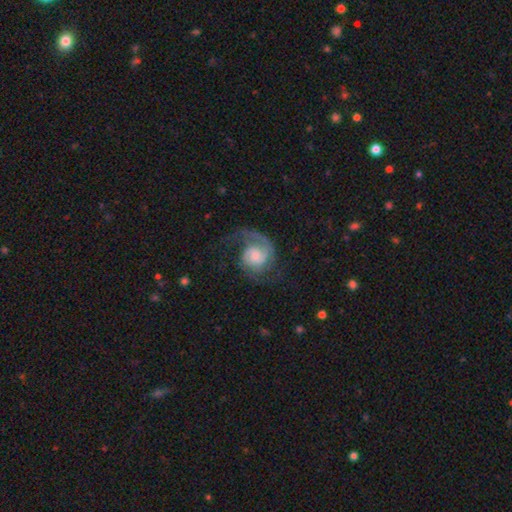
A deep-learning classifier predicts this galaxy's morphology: type=featured or disk (82%); edge-on=no (98%); bar=no (62%); spiral arms=yes (96%); winding=medium (48%); arm count=2 (69%); bulge=moderate (37%); merging=none (60%).